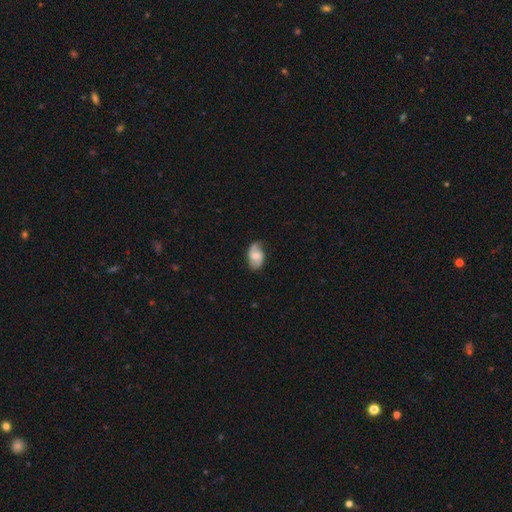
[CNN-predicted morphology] A featured or disk galaxy (59%) with no bar (52%), 2 (83%) medium (42%) spiral arms (91%) and a moderate central bulge (57%).

Vote fractions:
- Smooth or featured? featured or disk: 59% / smooth: 34% / star or artifact: 7%
- Edge-on disk? no: 96% / yes: 4%
- Bar? no: 52% / weak: 40% / strong: 8%
- Spiral arms? yes: 91% / no: 9%
- Spiral winding? medium: 42% / loose: 36% / tight: 21%
- Spiral arm count? 2: 83% / 1: 7% / can't tell: 7% / 3: 1% / 4: 1% / more than 4: 1%
- Bulge size? moderate: 57% / small: 28% / large: 8% / none: 5% / dominant: 1%
- Merging? none: 73% / minor disturbance: 21% / major disturbance: 5% / merger: 1%